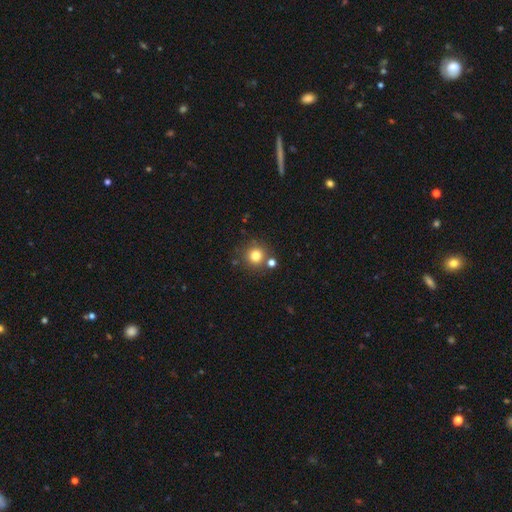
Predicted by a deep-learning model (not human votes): Q: Smooth or featured?
A: smooth (80%); runner-up: star or artifact (13%)
Q: How rounded?
A: round (94%); runner-up: in between (5%)
Q: Merging?
A: none (78%); runner-up: merger (11%)